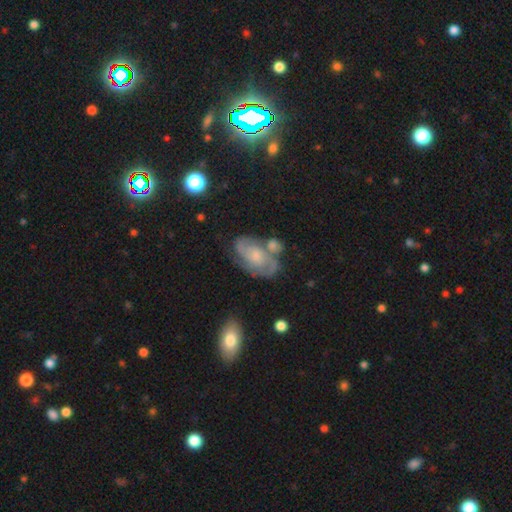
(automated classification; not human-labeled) Overall: featured or disk (73%). Edge-on disk: no (96%). Bar: no (69%). Spiral arms: yes (88%). Spiral arm count: 2 (56%; can't tell 23%). Spiral winding: tight (45%; medium 41%). Bulge size: small (42%; moderate 37%). Merging: none (54%; minor disturbance 20%).